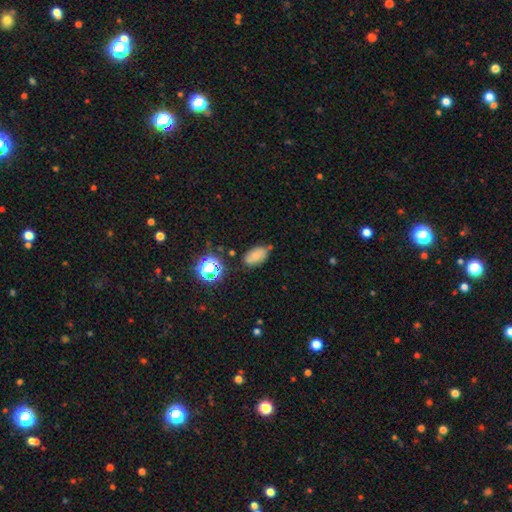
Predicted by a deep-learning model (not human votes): A smooth galaxy with no disk features (65%) that is in between round and cigar-shaped (88%). Merging: none (69%).